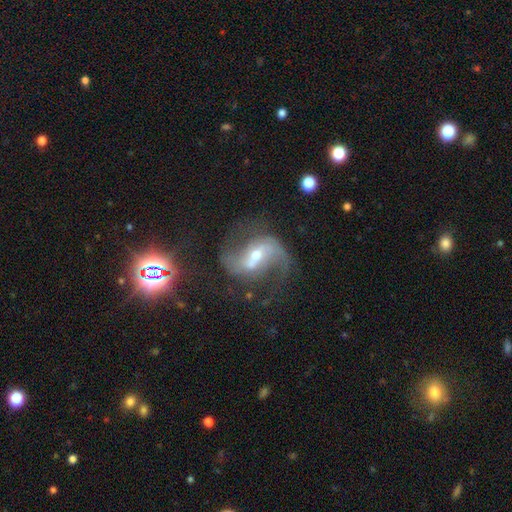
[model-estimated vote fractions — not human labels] Smooth or featured: featured or disk — 86% (star or artifact — 9%)
Edge-on disk: no — 97% (yes — 3%)
Bar: strong — 46% (weak — 38%)
Spiral arms: yes — 97% (no — 3%)
Spiral winding: loose — 58% (medium — 35%)
Spiral arm count: 2 — 91% (1 — 3%)
Bulge size: moderate — 50% (small — 45%)
Merging: none — 68% (minor disturbance — 15%)